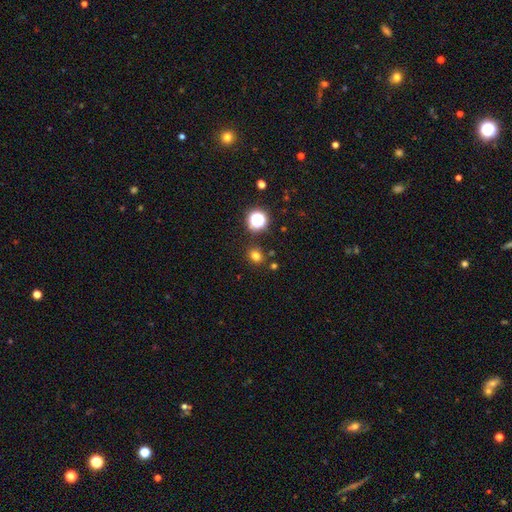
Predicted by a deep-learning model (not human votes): smooth 75%, star or artifact 20%, featured or disk 6%. Down the decision tree: how rounded — round (74%); merging — none (85%).